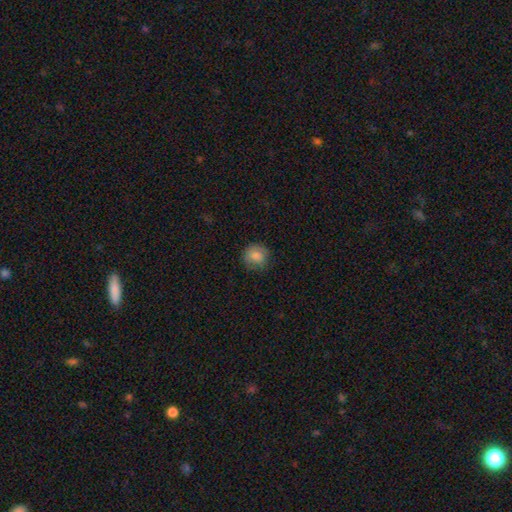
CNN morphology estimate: Smooth or featured: smooth — 84% (star or artifact — 9%)
How rounded: round — 87% (in between — 12%)
Merging: none — 78% (minor disturbance — 17%)